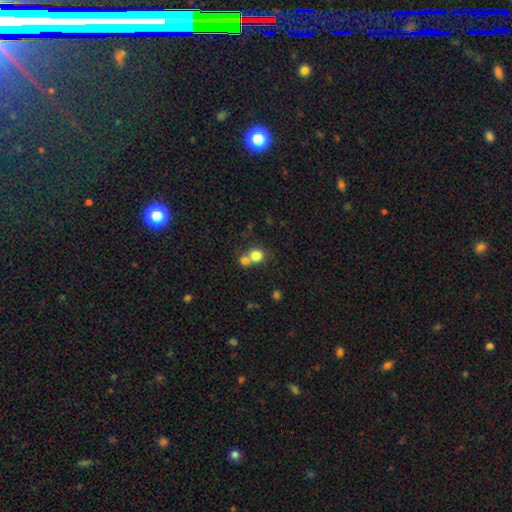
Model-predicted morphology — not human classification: Smooth or featured? smooth (79%)
How rounded? round (79%)
Merging? merger (50%)